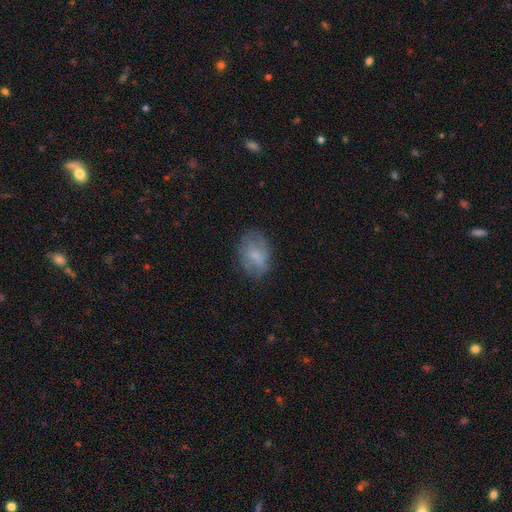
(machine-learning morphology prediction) type=smooth (61%); roundness=in between (77%); merging=none (66%).